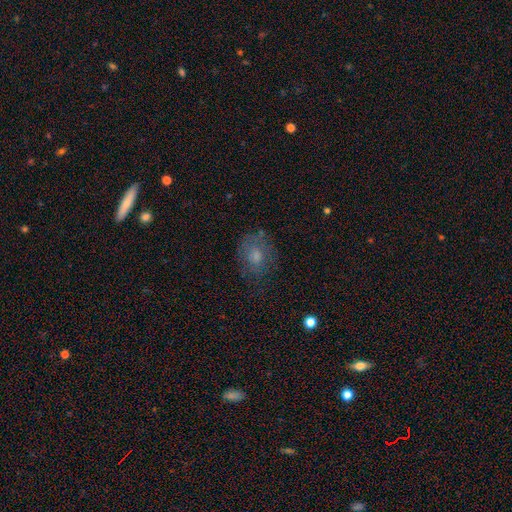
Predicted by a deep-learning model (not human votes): smooth 60%, featured or disk 28%, star or artifact 12%. Down the decision tree: how rounded — round (52%); merging — none (61%).